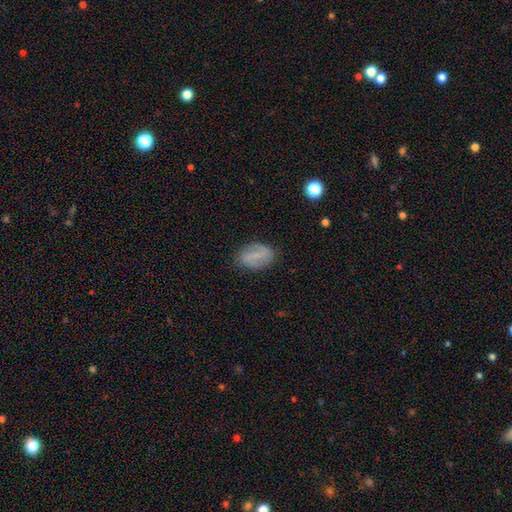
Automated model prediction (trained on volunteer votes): Smooth or featured: featured or disk — 46% (smooth — 45%)
Merging: none — 81% (minor disturbance — 14%)